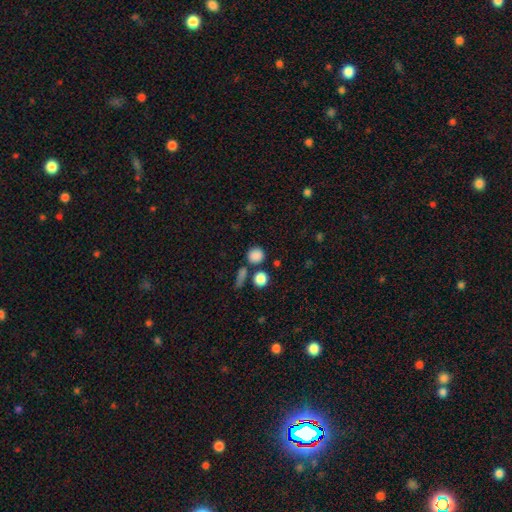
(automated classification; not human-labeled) Smooth or featured: smooth — 84% (star or artifact — 11%)
How rounded: round — 88% (in between — 10%)
Merging: none — 72% (merger — 14%)